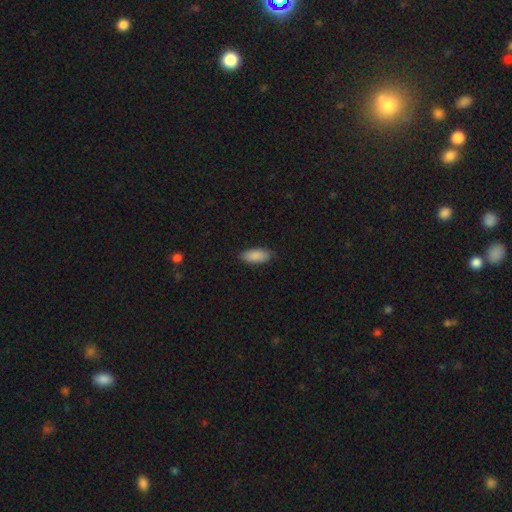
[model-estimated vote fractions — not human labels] smooth-or-featured: smooth: 89% | star or artifact: 6% | featured or disk: 5%
  how-rounded: in between: 86% | cigar-shaped: 12% | round: 2%
  merging: none: 83% | minor disturbance: 13% | major disturbance: 3% | merger: 1%